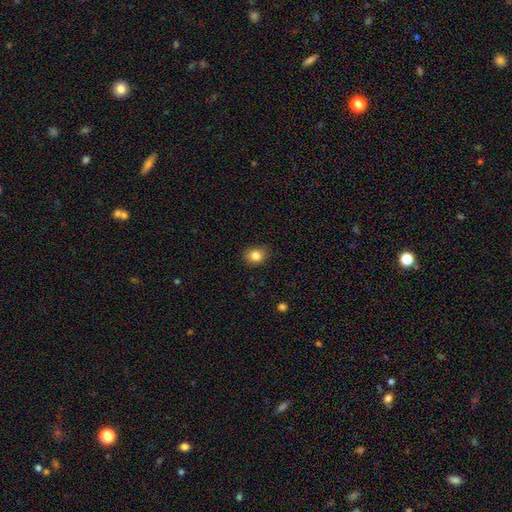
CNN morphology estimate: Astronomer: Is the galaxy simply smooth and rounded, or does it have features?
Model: smooth — 83%.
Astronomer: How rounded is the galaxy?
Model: round — 61% (runner-up: in between, 38%).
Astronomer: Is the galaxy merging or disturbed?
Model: none — 85%.